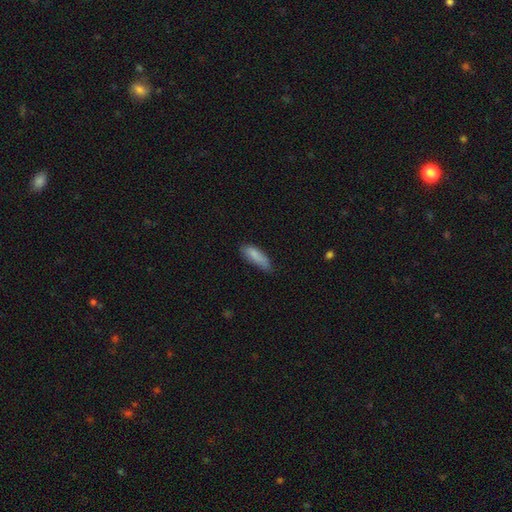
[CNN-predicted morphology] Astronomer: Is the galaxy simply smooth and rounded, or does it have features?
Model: smooth — 85%.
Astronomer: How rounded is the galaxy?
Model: in between — 56% (runner-up: cigar-shaped, 43%).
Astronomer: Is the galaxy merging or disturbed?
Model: none — 57% (runner-up: minor disturbance, 34%).